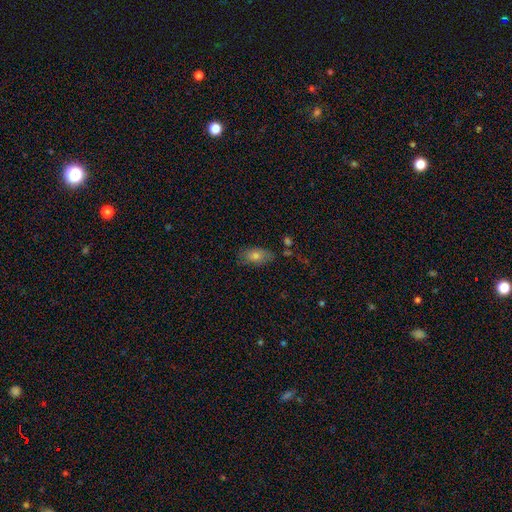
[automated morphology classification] Smooth or featured?
  - smooth: 73% *
  - featured or disk: 17%
  - star or artifact: 11%
How rounded?
  - in between: 85% *
  - cigar-shaped: 8%
  - round: 7%
Merging?
  - none: 73% *
  - minor disturbance: 18%
  - merger: 5%
  - major disturbance: 4%